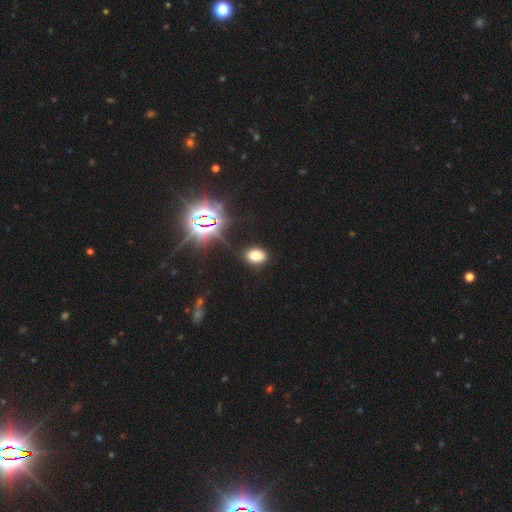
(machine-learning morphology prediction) A smooth galaxy with no disk features (70%) that is in between round and cigar-shaped (84%).

Vote fractions:
- Smooth or featured? smooth: 70% / star or artifact: 23% / featured or disk: 7%
- How rounded? in between: 84% / round: 15% / cigar-shaped: 1%
- Merging? none: 84% / minor disturbance: 11% / major disturbance: 3% / merger: 2%